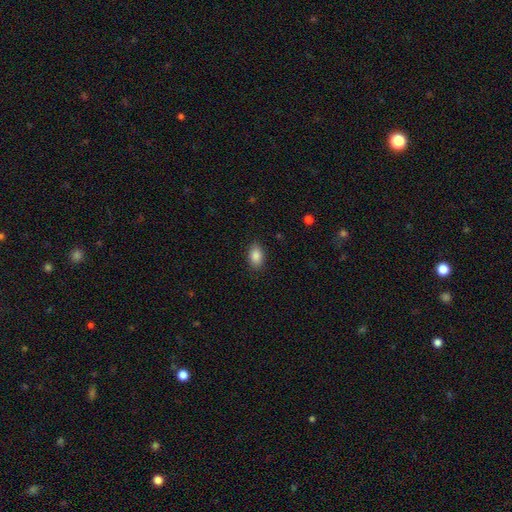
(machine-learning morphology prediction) A smooth galaxy with no disk features (88%) that is in between round and cigar-shaped (88%). Merging: none (87%).